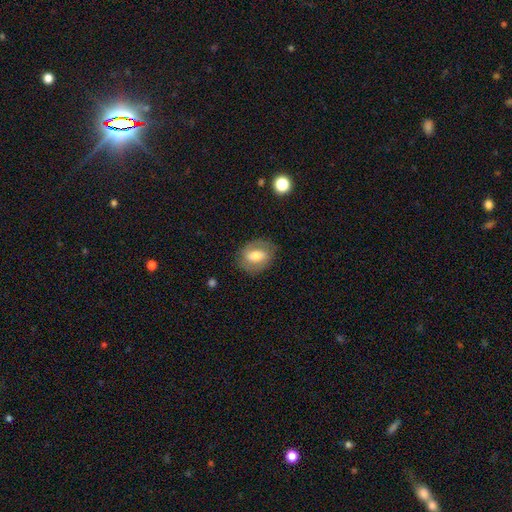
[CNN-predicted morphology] Q: Smooth or featured?
A: smooth (47%); runner-up: featured or disk (46%)
Q: Merging?
A: none (79%); runner-up: minor disturbance (14%)